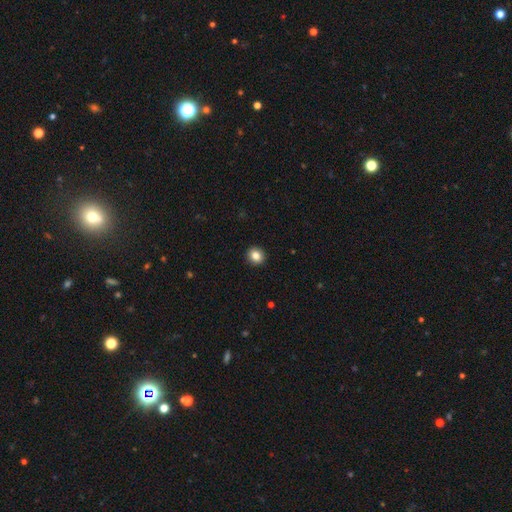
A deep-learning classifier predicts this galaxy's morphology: type=smooth (84%); roundness=round (85%); merging=none (93%).